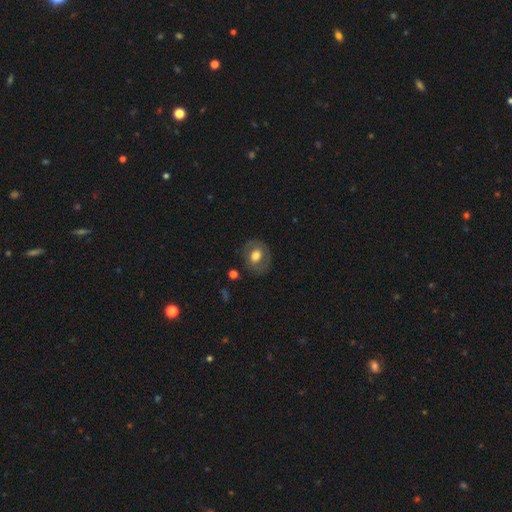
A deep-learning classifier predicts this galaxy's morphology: The model was most divided on "how rounded": round: 57%, in between: 42%, cigar-shaped: 1%. More confident: merging — none (78%); smooth or featured — smooth (58%).